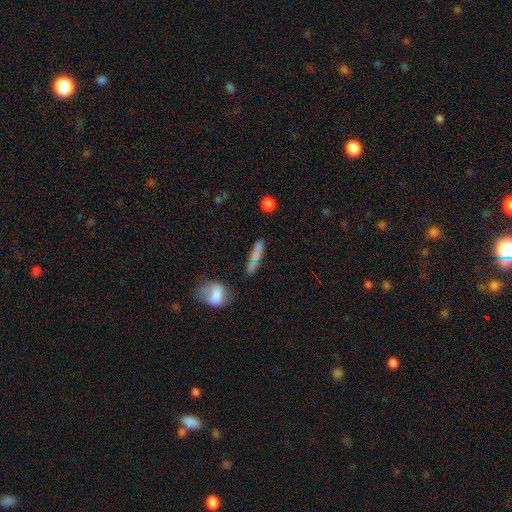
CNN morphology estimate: A smooth galaxy with no disk features (71%) that is cigar-shaped (76%).

Vote fractions:
- Smooth or featured? smooth: 71% / featured or disk: 19% / star or artifact: 10%
- How rounded? cigar-shaped: 76% / in between: 20% / round: 4%
- Merging? none: 63% / minor disturbance: 17% / merger: 13% / major disturbance: 6%